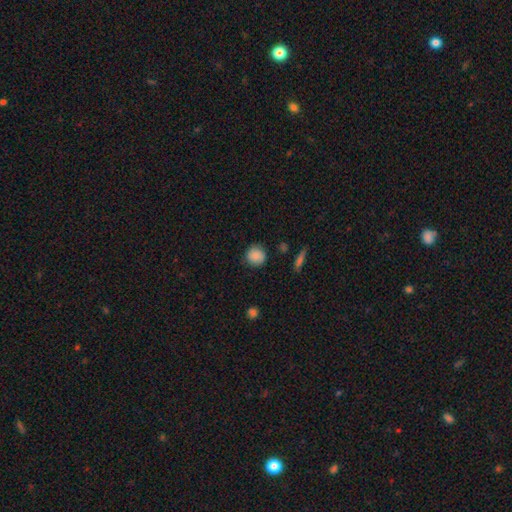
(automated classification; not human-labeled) Smooth or featured: smooth — 86% (star or artifact — 8%)
How rounded: round — 90% (in between — 9%)
Merging: none — 85% (minor disturbance — 11%)